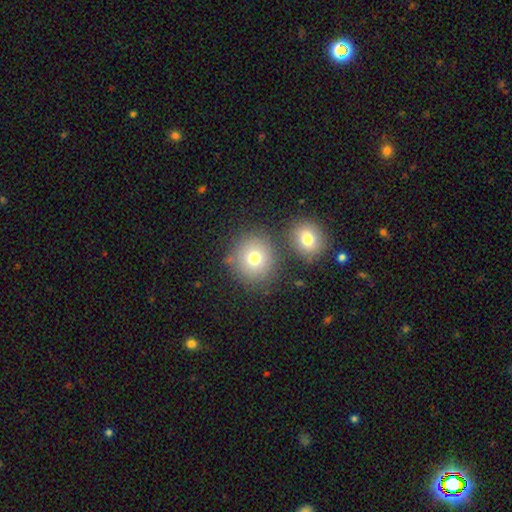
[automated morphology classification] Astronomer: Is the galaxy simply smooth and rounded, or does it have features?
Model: smooth — 74%.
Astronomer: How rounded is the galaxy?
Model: round — 87%.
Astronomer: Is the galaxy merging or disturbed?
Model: none — 75%.